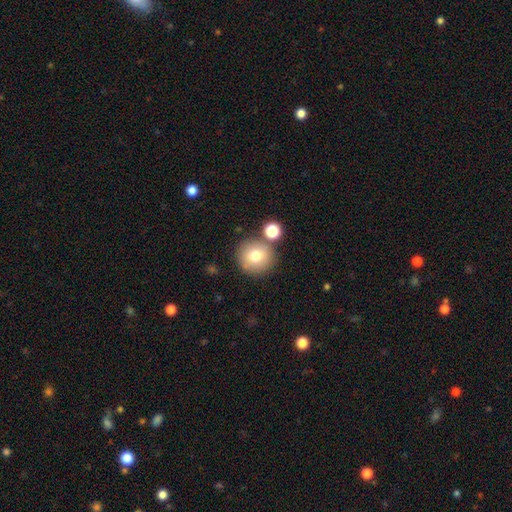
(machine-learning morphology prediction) Smooth or featured? Predicted: smooth (p=0.75). How rounded? Predicted: round (p=0.94). Merging? Predicted: none (p=0.76).